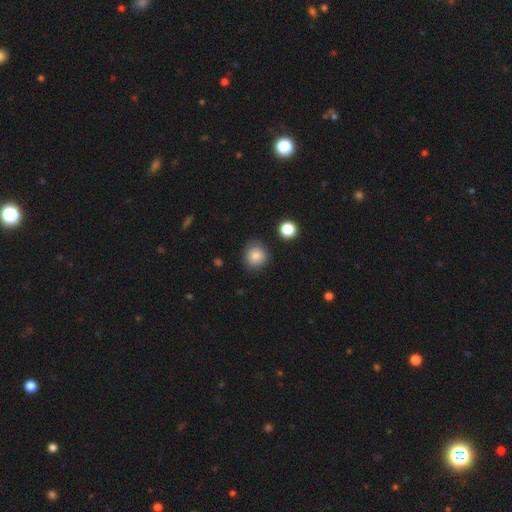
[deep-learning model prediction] smooth 84%, star or artifact 10%, featured or disk 6%. Down the decision tree: how rounded — round (89%); merging — none (83%).